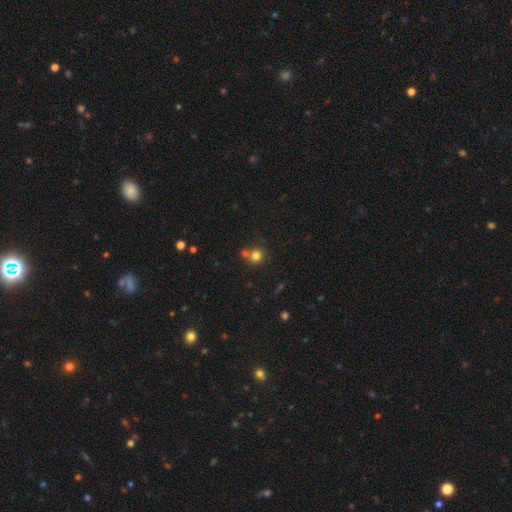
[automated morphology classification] A smooth galaxy with no disk features (77%) that is round (89%). Merging: none (57%).